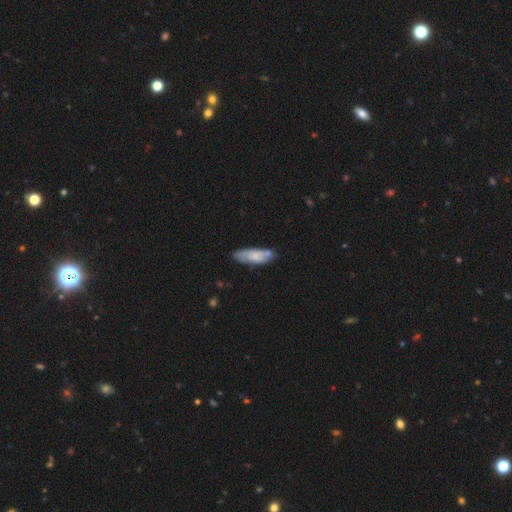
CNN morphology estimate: smooth-or-featured: smooth: 69% | featured or disk: 25% | star or artifact: 6%
  how-rounded: in between: 57% | cigar-shaped: 41% | round: 2%
  merging: none: 65% | minor disturbance: 22% | merger: 9% | major disturbance: 4%